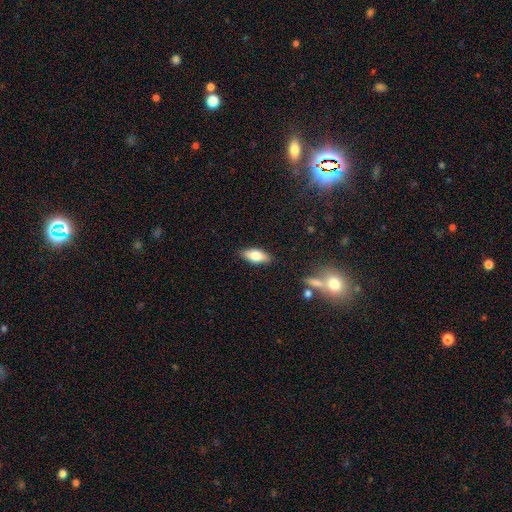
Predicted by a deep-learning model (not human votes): The model was most divided on "smooth or featured": smooth: 74%, featured or disk: 19%, star or artifact: 7%. More confident: merging — none (86%); how rounded — in between (83%).